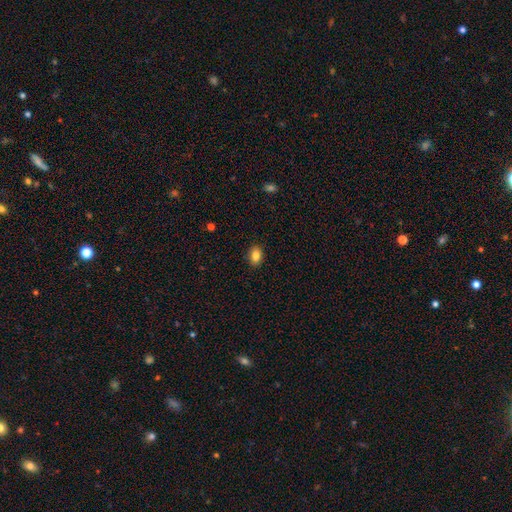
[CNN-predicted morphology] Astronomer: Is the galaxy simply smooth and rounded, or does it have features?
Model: smooth — 85%.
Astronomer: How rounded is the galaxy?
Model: in between — 81%.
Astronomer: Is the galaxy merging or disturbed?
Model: none — 89%.